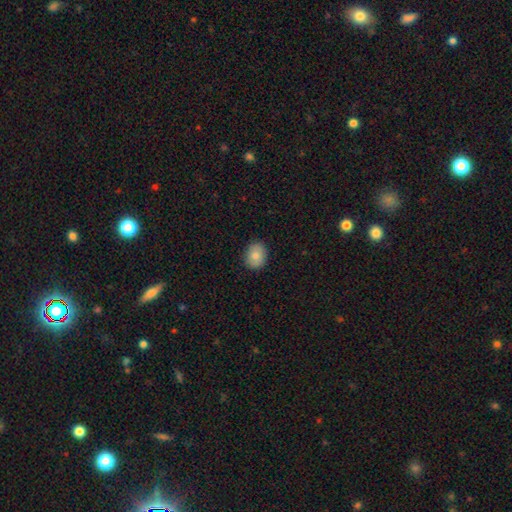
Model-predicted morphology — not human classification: Overall: smooth (80%). How rounded: round (51%; in between 48%). Merging: none (88%).